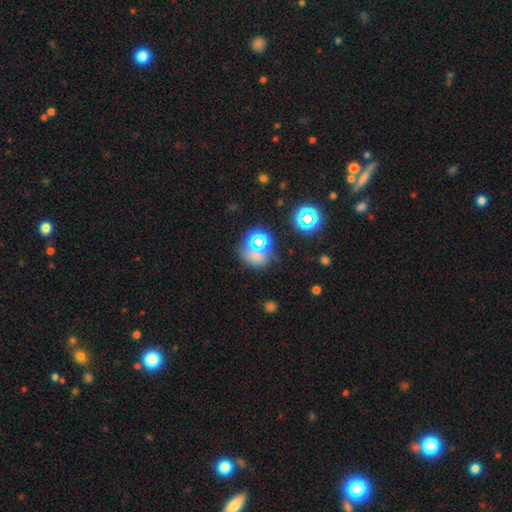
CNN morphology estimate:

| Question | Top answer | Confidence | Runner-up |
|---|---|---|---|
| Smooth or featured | star or artifact | 45% | smooth (42%) |